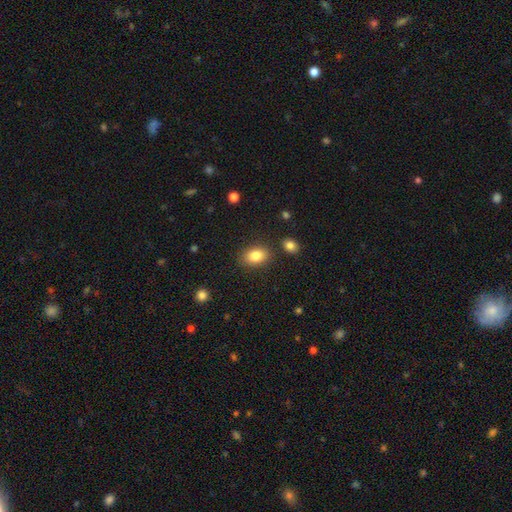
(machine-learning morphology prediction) A smooth galaxy with no disk features (84%) that is in between round and cigar-shaped (82%).

Vote fractions:
- Smooth or featured? smooth: 84% / star or artifact: 8% / featured or disk: 8%
- How rounded? in between: 82% / round: 16% / cigar-shaped: 1%
- Merging? none: 83% / minor disturbance: 10% / merger: 4% / major disturbance: 3%